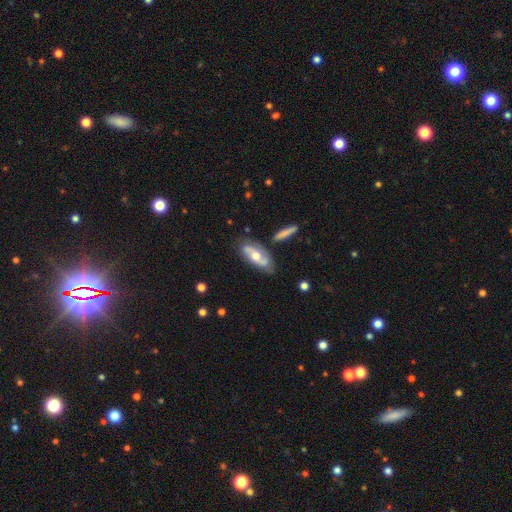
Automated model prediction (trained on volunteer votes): This appears to be a featured or disk galaxy (63%) with no bar (58%), spiral arms (78%) and a moderate central bulge (73%). Merging: none (69%).